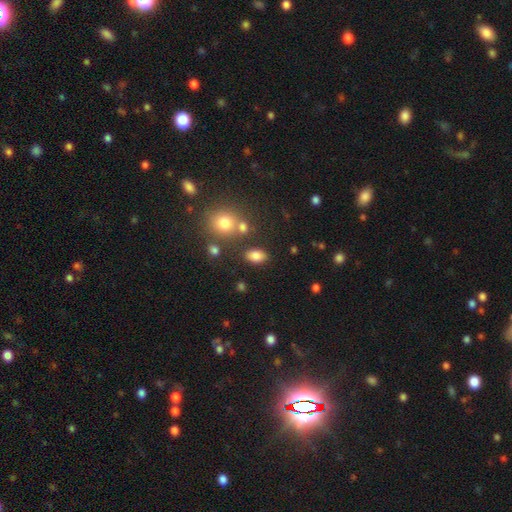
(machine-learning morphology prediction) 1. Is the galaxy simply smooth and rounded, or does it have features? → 82% smooth, 11% star or artifact, 6% featured or disk.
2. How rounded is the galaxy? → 86% in between, 13% round, 2% cigar-shaped.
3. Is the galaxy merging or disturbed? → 79% none, 10% minor disturbance, 7% merger, 3% major disturbance.